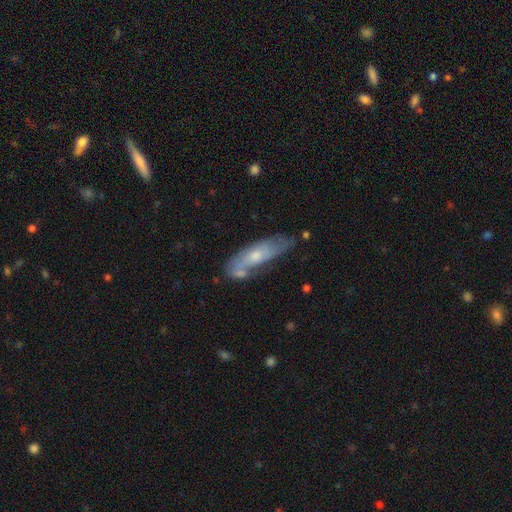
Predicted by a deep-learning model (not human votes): Smooth or featured: featured or disk — 51% (smooth — 42%)
Edge-on disk: no — 69% (yes — 31%)
Merging: none — 48% (minor disturbance — 27%)